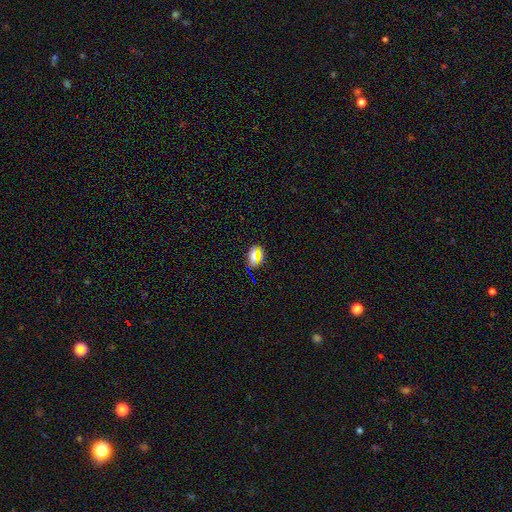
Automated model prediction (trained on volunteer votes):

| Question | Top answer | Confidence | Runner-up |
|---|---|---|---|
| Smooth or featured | smooth | 64% | star or artifact (27%) |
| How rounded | in between | 69% | round (24%) |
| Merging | none | 81% | minor disturbance (12%) |